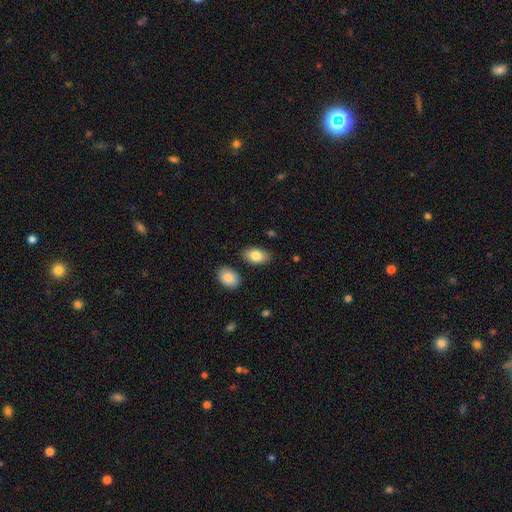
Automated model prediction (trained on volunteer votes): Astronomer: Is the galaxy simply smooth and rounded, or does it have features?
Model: smooth — 83%.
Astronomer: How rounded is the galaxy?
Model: in between — 93%.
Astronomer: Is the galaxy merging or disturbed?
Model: none — 83%.